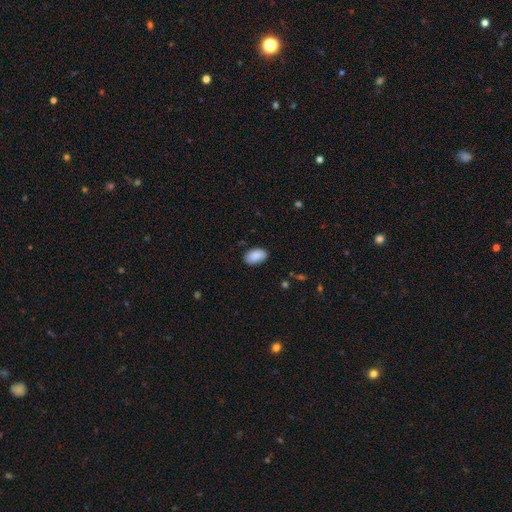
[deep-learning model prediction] Overall: smooth (90%). How rounded: in between (94%). Merging: none (85%).